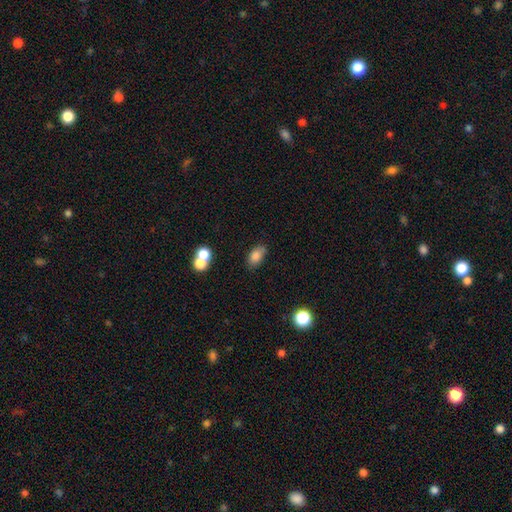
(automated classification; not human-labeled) smooth_or_featured: smooth (p=0.83) [alt: star or artifact p=0.10]
how_rounded: in between (p=0.88) [alt: round p=0.09]
merging: none (p=0.67) [alt: minor disturbance p=0.18]